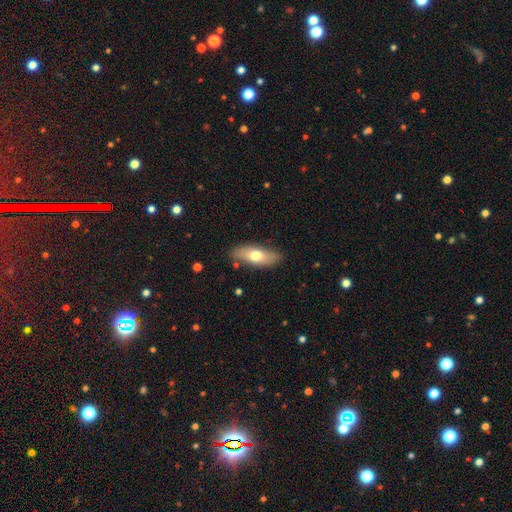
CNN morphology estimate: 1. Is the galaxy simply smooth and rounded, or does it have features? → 65% smooth, 29% featured or disk, 6% star or artifact.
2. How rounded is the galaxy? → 70% in between, 27% cigar-shaped, 3% round.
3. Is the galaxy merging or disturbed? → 84% none, 11% minor disturbance, 2% major disturbance, 2% merger.